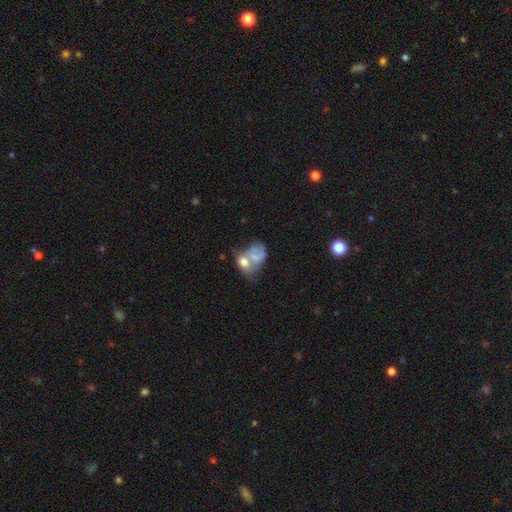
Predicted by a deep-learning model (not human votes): smooth 57%, featured or disk 34%, star or artifact 9%. Down the decision tree: how rounded — in between (73%); merging — merger (64%).